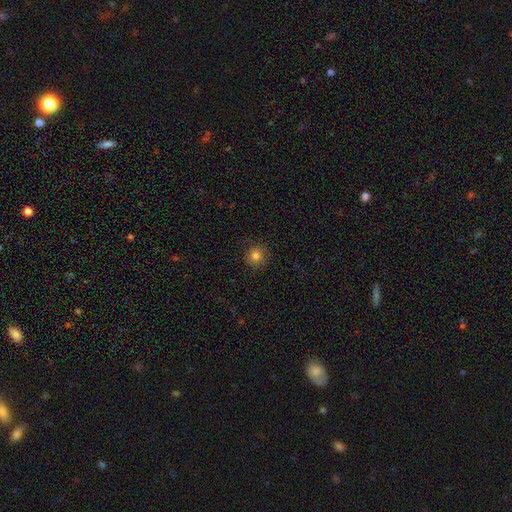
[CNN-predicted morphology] The model was most divided on "smooth or featured": smooth: 81%, star or artifact: 12%, featured or disk: 7%. More confident: how rounded — round (93%); merging — none (89%).